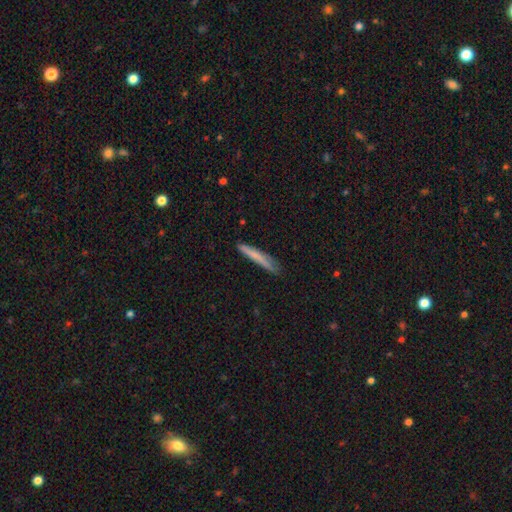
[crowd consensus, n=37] Q: Smooth or featured?
A: smooth (62%); runner-up: featured or disk (32%)
Q: How rounded?
A: cigar-shaped (100%)
Q: Merging?
A: none (43%); runner-up: minor disturbance (40%)